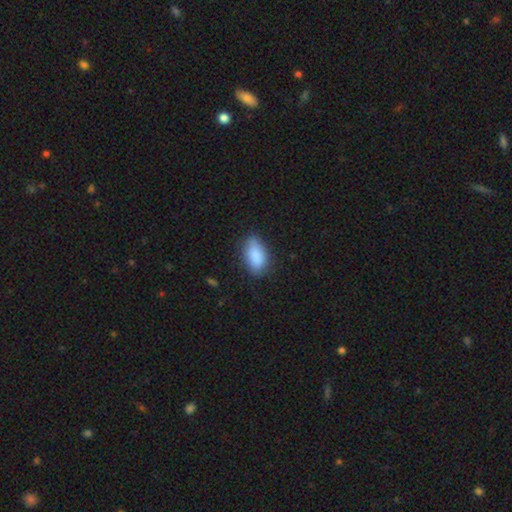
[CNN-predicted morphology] Q: Smooth or featured?
A: smooth (88%); runner-up: star or artifact (6%)
Q: How rounded?
A: in between (92%); runner-up: cigar-shaped (4%)
Q: Merging?
A: none (77%); runner-up: minor disturbance (18%)